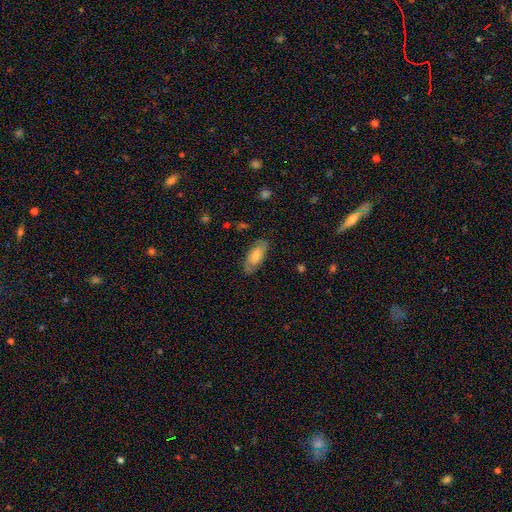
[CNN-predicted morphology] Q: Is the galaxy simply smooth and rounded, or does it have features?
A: smooth — 67%.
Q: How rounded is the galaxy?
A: in between — 88%.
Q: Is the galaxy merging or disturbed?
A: none — 77%.